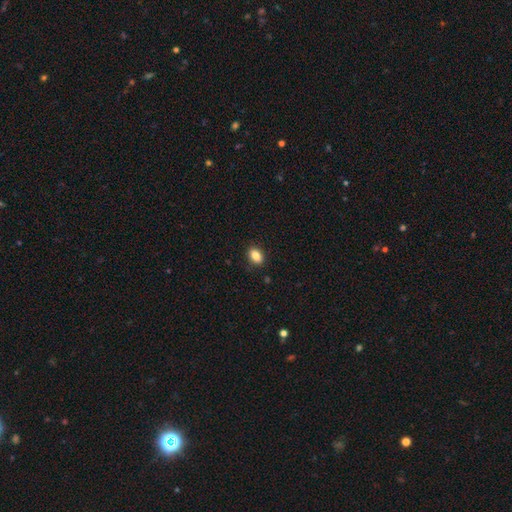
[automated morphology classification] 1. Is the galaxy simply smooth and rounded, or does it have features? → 86% smooth, 8% star or artifact, 5% featured or disk.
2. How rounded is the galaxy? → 86% in between, 12% round, 2% cigar-shaped.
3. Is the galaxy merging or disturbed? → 88% none, 9% minor disturbance, 2% major disturbance, 1% merger.